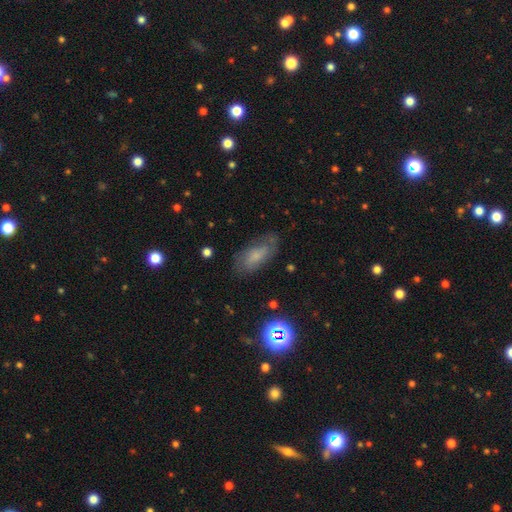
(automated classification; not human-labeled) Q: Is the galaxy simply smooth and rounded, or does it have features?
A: smooth — 52%.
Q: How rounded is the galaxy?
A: in between — 84%.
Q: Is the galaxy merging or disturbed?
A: none — 66%.